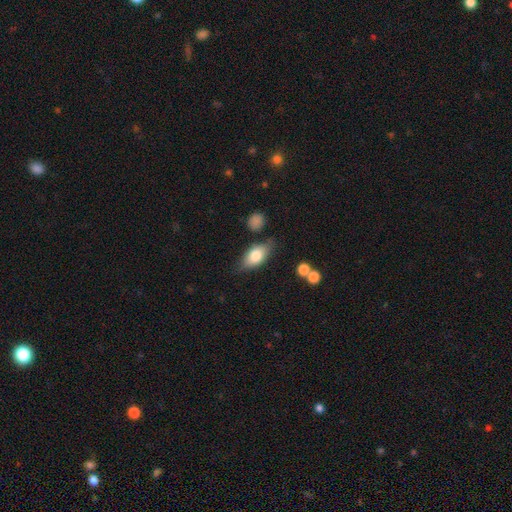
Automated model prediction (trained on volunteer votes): Q: Smooth or featured?
A: smooth (73%); runner-up: featured or disk (20%)
Q: How rounded?
A: in between (86%); runner-up: cigar-shaped (8%)
Q: Merging?
A: none (71%); runner-up: minor disturbance (19%)